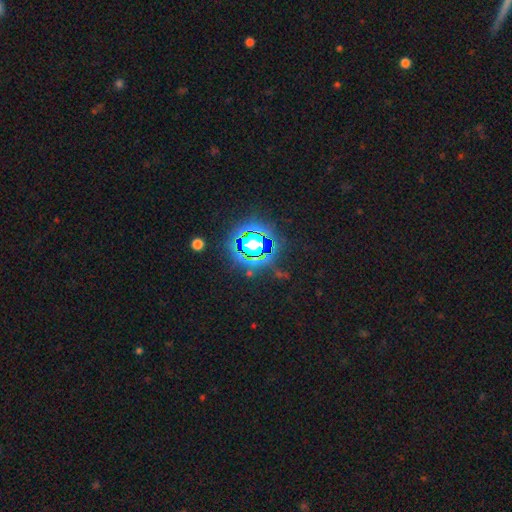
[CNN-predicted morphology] star or artifact 82%, smooth 11%, featured or disk 7%.